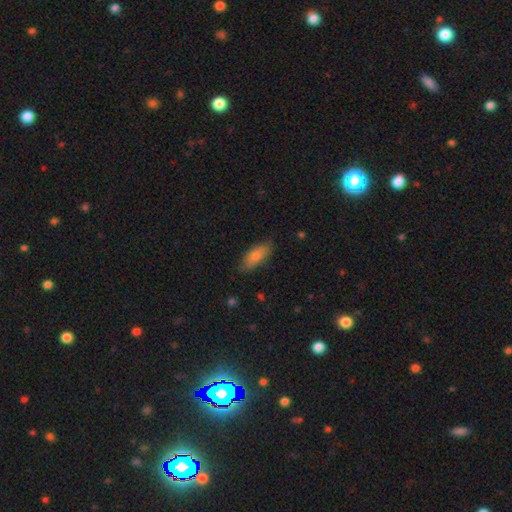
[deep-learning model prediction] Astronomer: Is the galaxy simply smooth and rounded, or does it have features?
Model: smooth — 81%.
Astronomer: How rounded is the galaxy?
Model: in between — 78%.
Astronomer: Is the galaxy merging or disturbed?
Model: none — 75%.